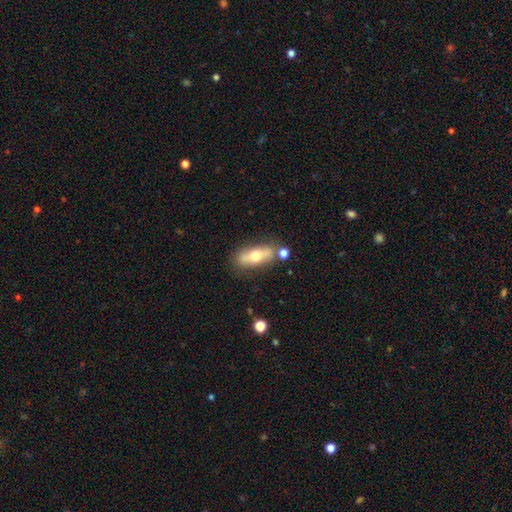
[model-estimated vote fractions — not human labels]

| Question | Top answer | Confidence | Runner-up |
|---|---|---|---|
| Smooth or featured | smooth | 54% | featured or disk (39%) |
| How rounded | in between | 66% | cigar-shaped (30%) |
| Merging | none | 73% | minor disturbance (15%) |